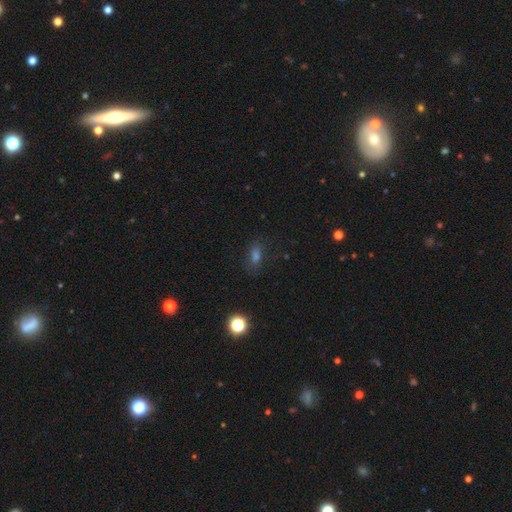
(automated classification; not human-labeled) smooth_or_featured: smooth (p=0.59) [alt: star or artifact p=0.27]
how_rounded: in between (p=0.69) [alt: round p=0.18]
merging: none (p=0.76) [alt: minor disturbance p=0.15]